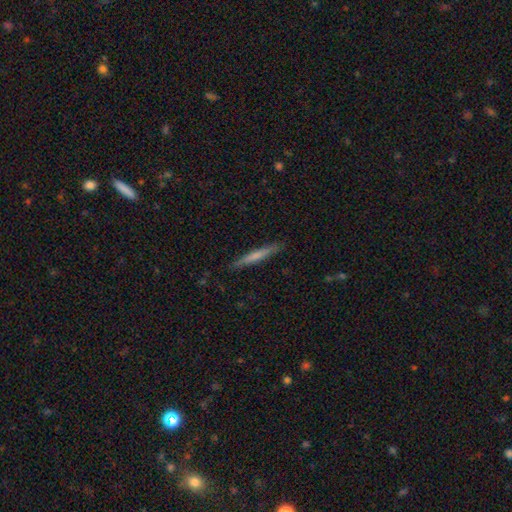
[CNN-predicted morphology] This is possibly a smooth galaxy (58%). How rounded: clearly cigar-shaped (96%). Merging: clearly none (88%).